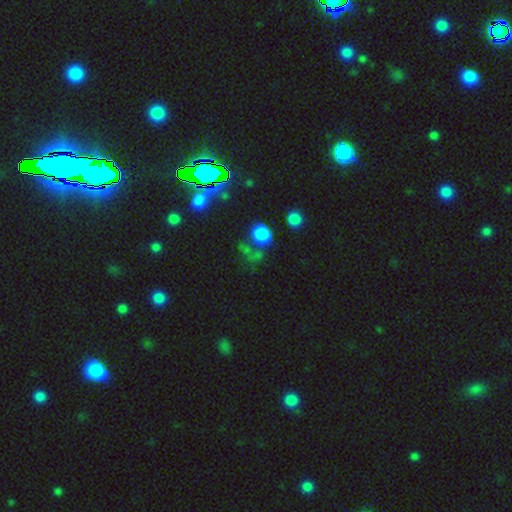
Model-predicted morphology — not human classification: This is possibly a smooth galaxy (59%). How rounded: likely round (79%). Merging: possibly none (56%).